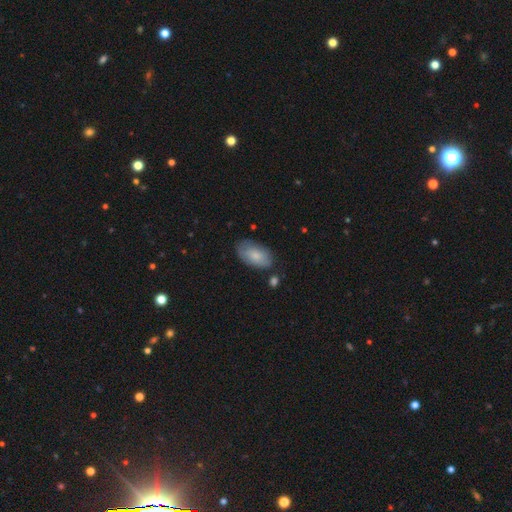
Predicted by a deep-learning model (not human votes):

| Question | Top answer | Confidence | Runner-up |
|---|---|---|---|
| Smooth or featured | smooth | 78% | featured or disk (16%) |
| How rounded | in between | 94% | round (4%) |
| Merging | none | 71% | minor disturbance (21%) |